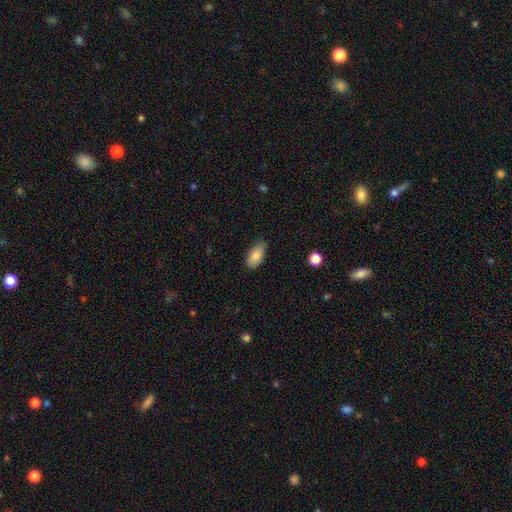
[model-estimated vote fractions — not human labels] Smooth or featured? Predicted: smooth (p=0.84). How rounded? Predicted: in between (p=0.91). Merging? Predicted: none (p=0.76).